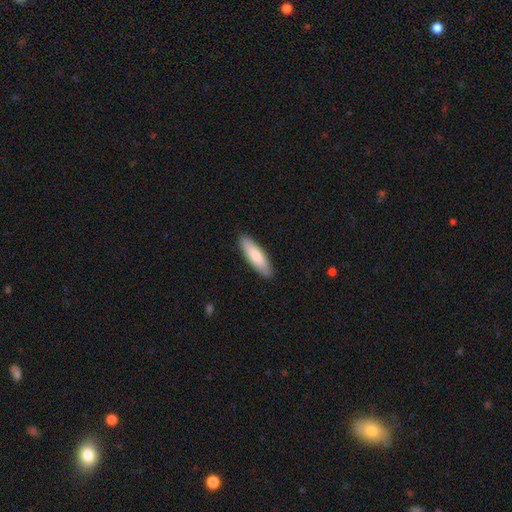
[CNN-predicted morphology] smooth 80%, featured or disk 15%, star or artifact 5%. Down the decision tree: how rounded — cigar-shaped (61%); merging — none (89%).